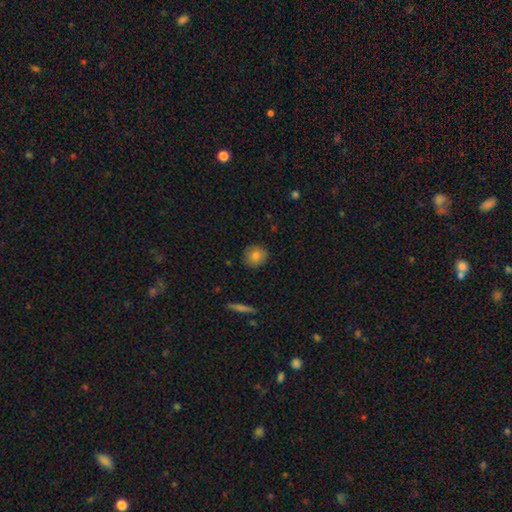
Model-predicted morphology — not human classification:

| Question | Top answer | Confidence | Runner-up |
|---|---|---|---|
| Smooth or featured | smooth | 79% | featured or disk (13%) |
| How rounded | round | 88% | in between (10%) |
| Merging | none | 88% | minor disturbance (9%) |